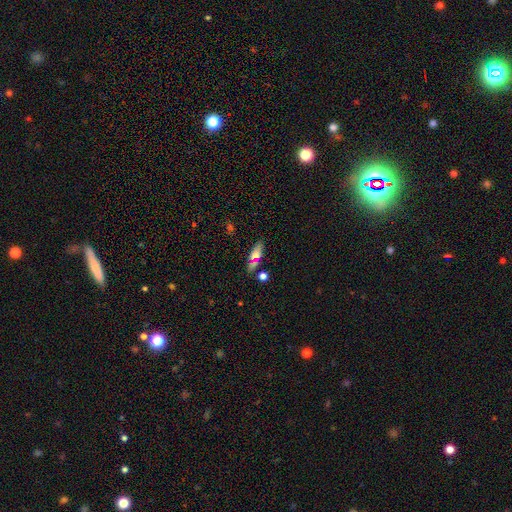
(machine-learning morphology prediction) A smooth galaxy with no disk features (61%) that is in between round and cigar-shaped (48%). Merging: none (80%).